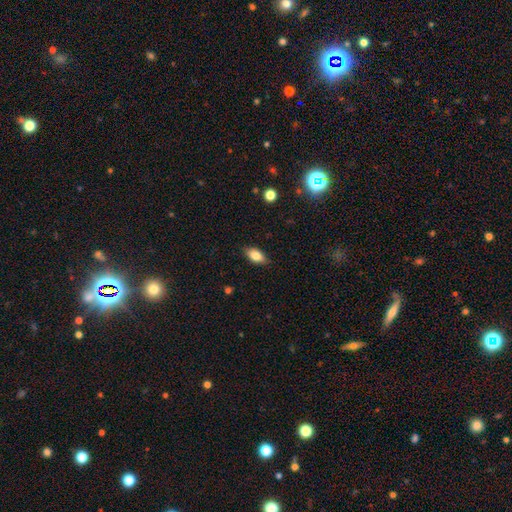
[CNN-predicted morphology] Q: Smooth or featured?
A: smooth (81%); runner-up: featured or disk (11%)
Q: How rounded?
A: in between (88%); runner-up: cigar-shaped (6%)
Q: Merging?
A: none (85%); runner-up: minor disturbance (12%)